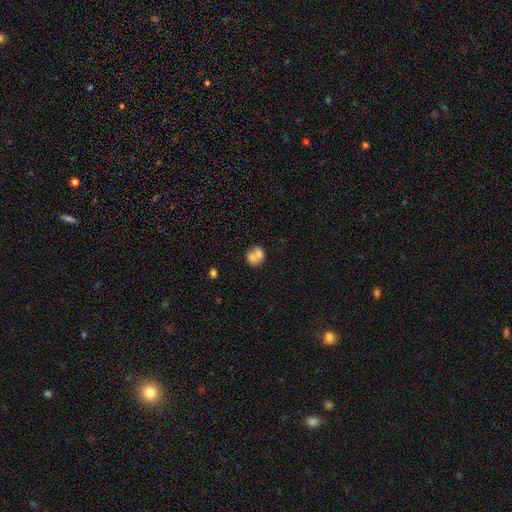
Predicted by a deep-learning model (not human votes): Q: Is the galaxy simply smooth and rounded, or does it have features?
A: smooth — 68%.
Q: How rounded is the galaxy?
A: round — 58%.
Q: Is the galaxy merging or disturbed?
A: merger — 62%.